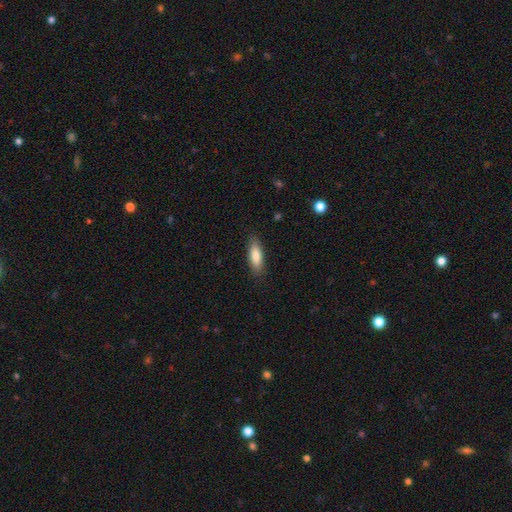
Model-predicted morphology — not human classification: Smooth or featured? smooth (81%)
How rounded? in between (55%)
Merging? none (85%)